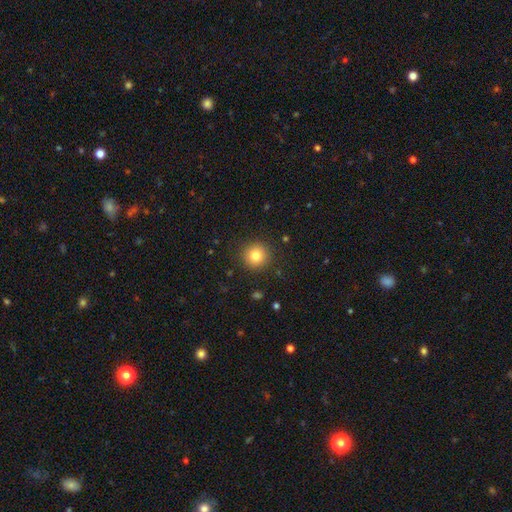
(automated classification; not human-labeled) This appears to be a smooth galaxy with no disk features (81%) that is round (94%). Merging: none (91%).